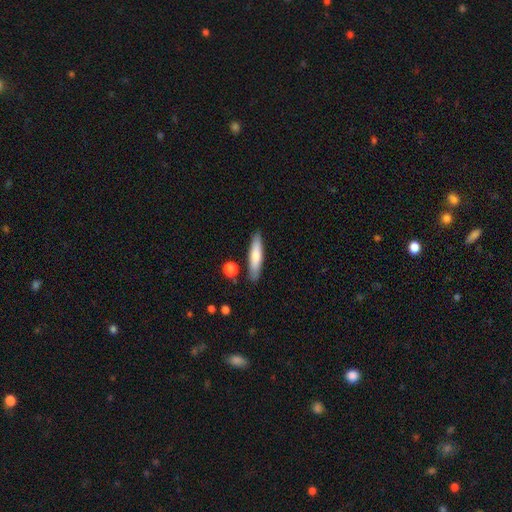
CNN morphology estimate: Smooth or featured?
  - smooth: 70% *
  - featured or disk: 24%
  - star or artifact: 6%
How rounded?
  - cigar-shaped: 81% *
  - in between: 17%
  - round: 2%
Merging?
  - none: 86% *
  - minor disturbance: 9%
  - merger: 3%
  - major disturbance: 2%